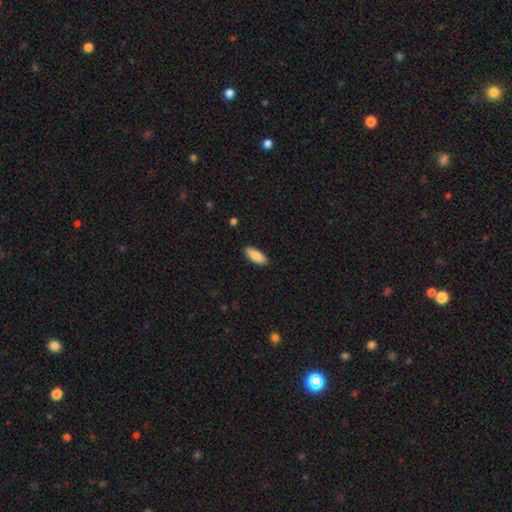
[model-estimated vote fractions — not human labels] Smooth or featured? Predicted: smooth (p=0.88). How rounded? Predicted: in between (p=0.81). Merging? Predicted: none (p=0.88).